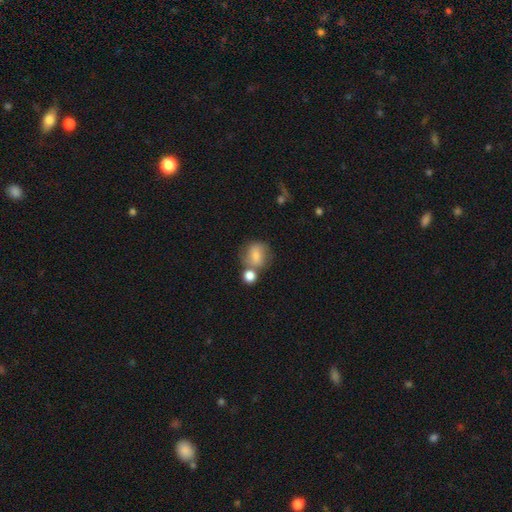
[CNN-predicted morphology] This appears to be a smooth galaxy with no disk features (67%) that is round (75%). Merging: none (50%).